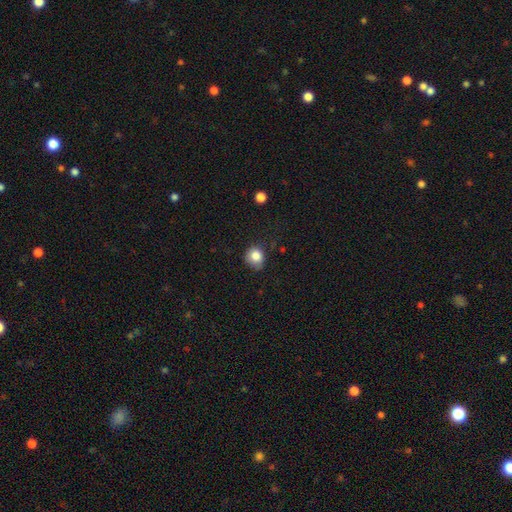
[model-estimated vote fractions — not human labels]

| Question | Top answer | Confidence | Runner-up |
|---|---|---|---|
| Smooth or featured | smooth | 83% | star or artifact (10%) |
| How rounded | round | 77% | in between (23%) |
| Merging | none | 62% | minor disturbance (29%) |